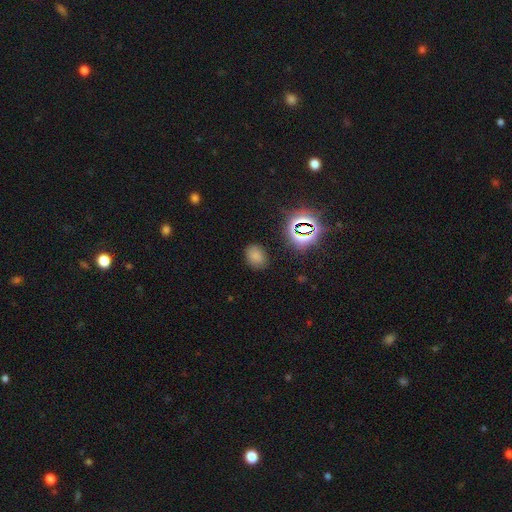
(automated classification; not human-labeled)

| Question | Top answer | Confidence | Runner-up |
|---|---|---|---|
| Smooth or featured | smooth | 73% | star or artifact (21%) |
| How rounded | in between | 66% | round (33%) |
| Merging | none | 83% | minor disturbance (11%) |